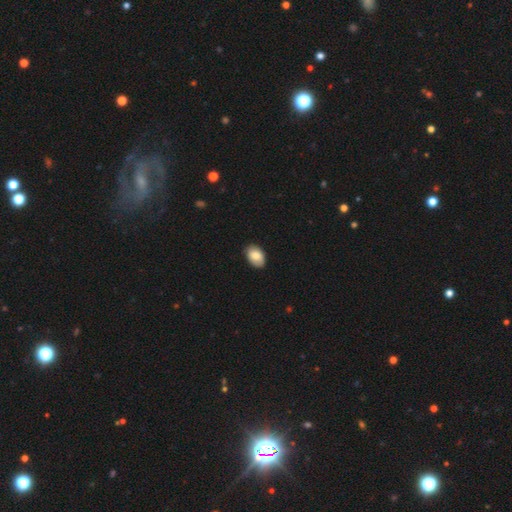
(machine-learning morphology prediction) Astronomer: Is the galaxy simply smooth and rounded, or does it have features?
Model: smooth — 83%.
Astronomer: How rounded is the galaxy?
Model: in between — 88%.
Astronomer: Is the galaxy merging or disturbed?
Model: none — 86%.